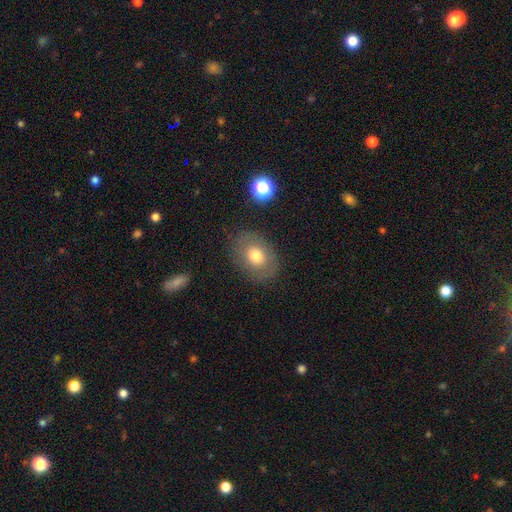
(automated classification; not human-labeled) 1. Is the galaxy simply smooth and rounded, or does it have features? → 71% smooth, 19% featured or disk, 10% star or artifact.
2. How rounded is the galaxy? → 66% in between, 33% round, 1% cigar-shaped.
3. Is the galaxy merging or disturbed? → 81% none, 12% minor disturbance, 5% major disturbance, 2% merger.